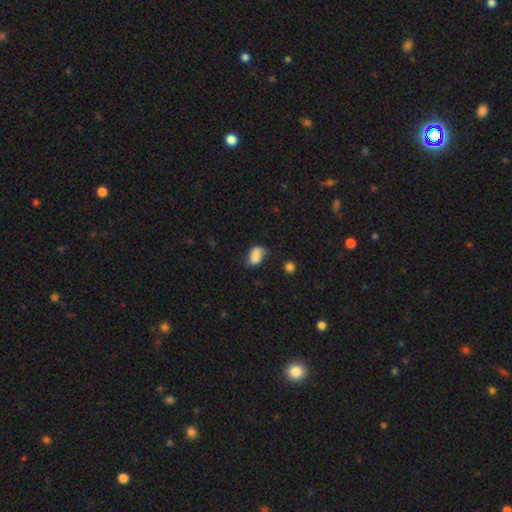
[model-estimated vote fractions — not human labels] smooth 78%, featured or disk 13%, star or artifact 9%. Down the decision tree: how rounded — in between (88%); merging — none (50%).